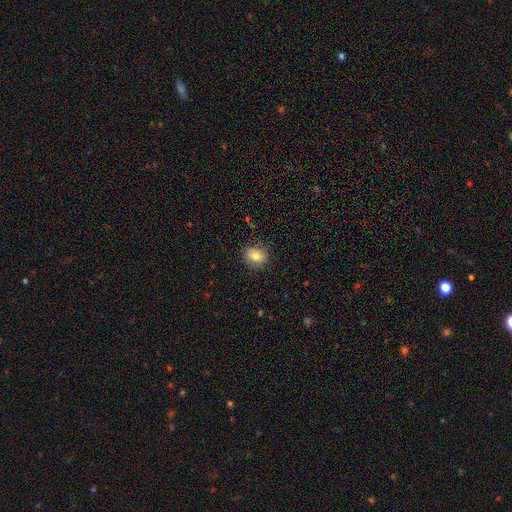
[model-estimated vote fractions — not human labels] Smooth or featured? Predicted: smooth (p=0.80). How rounded? Predicted: round (p=0.72). Merging? Predicted: none (p=0.88).